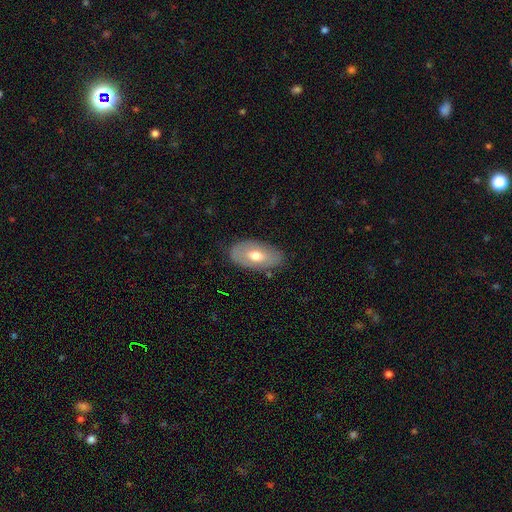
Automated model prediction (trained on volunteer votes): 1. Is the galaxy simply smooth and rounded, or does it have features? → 52% smooth, 40% featured or disk, 7% star or artifact.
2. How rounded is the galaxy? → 93% in between, 4% round, 3% cigar-shaped.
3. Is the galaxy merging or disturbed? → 83% none, 13% minor disturbance, 3% major disturbance, 1% merger.